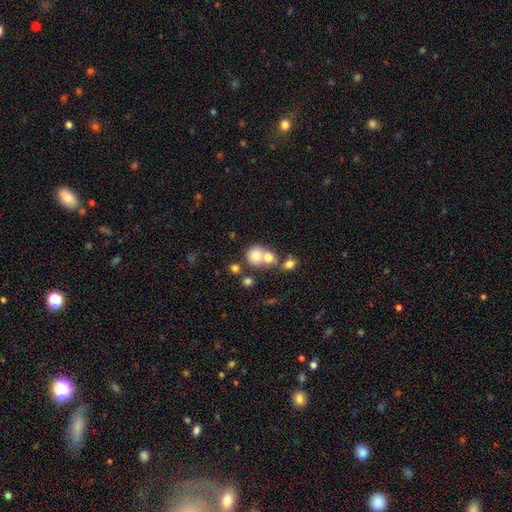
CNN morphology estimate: Q: Smooth or featured?
A: smooth (75%); runner-up: featured or disk (13%)
Q: How rounded?
A: round (77%); runner-up: in between (22%)
Q: Merging?
A: merger (51%); runner-up: none (37%)